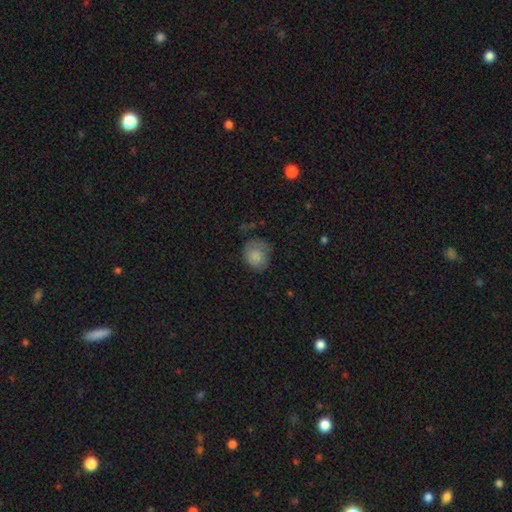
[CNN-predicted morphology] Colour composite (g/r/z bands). It shows a smooth galaxy with no disk features (80%) that is round (73%). Merging: none (56%).